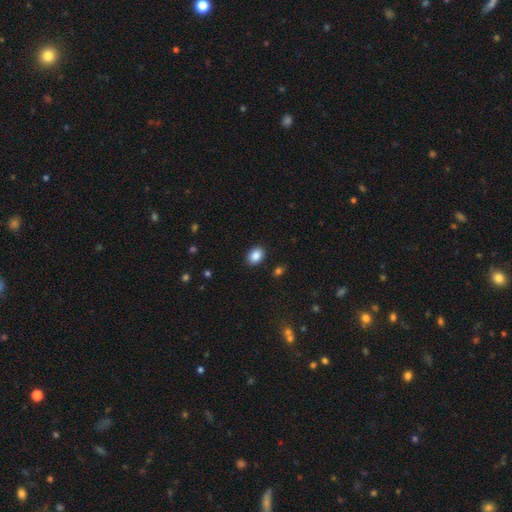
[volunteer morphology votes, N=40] smooth_or_featured: smooth (p=0.93) [alt: star or artifact p=0.05]
how_rounded: in between (p=0.70) [alt: round p=0.30]
merging: none (p=0.76) [alt: minor disturbance p=0.13]